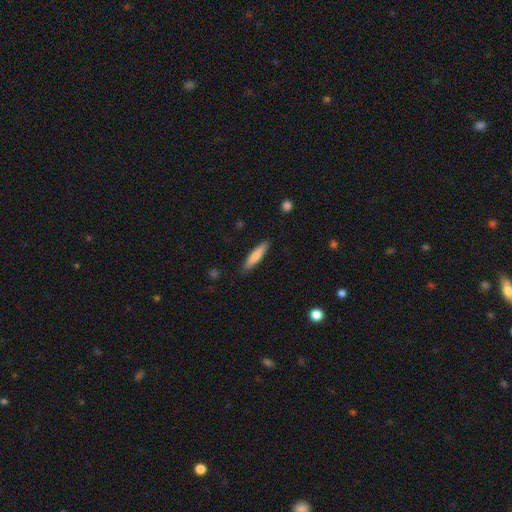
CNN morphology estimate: Smooth or featured? Predicted: smooth (p=0.72). How rounded? Predicted: cigar-shaped (p=0.84). Merging? Predicted: none (p=0.87).